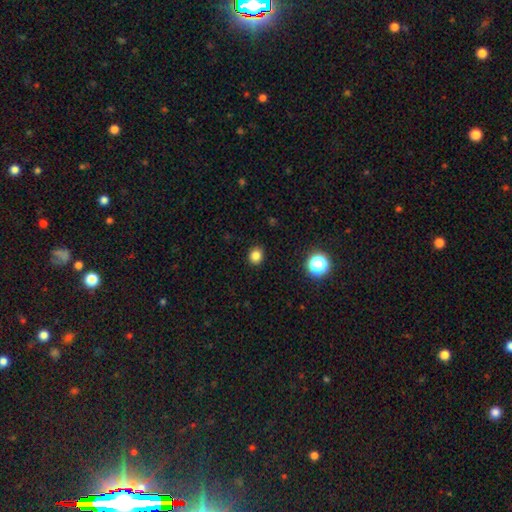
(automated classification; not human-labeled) Smooth or featured: smooth — 82% (star or artifact — 13%)
How rounded: round — 73% (in between — 26%)
Merging: none — 90% (minor disturbance — 7%)